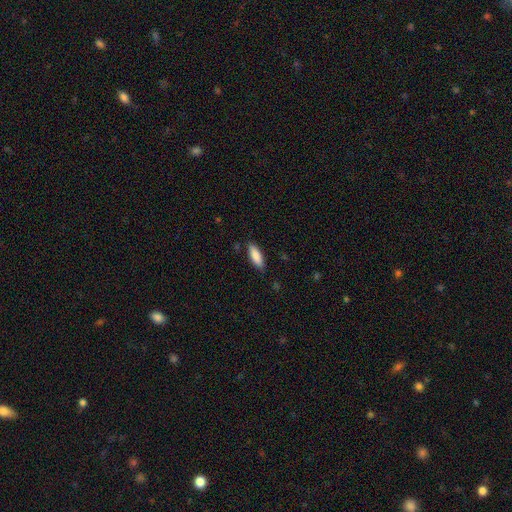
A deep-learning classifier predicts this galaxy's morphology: Smooth or featured? smooth (86%)
How rounded? in between (64%)
Merging? none (85%)